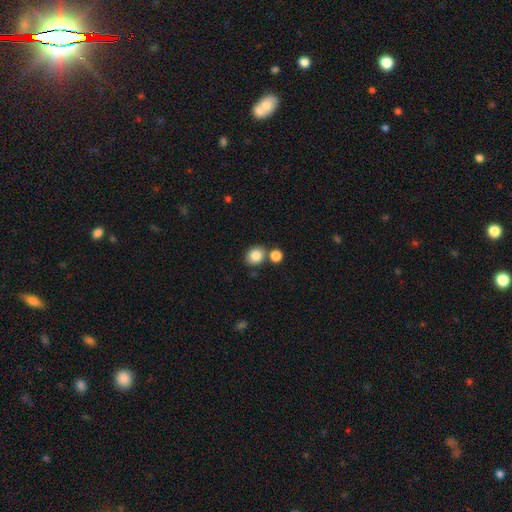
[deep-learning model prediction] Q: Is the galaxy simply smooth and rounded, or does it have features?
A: smooth — 84%.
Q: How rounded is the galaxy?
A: round — 65%.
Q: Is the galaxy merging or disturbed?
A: none — 69%.